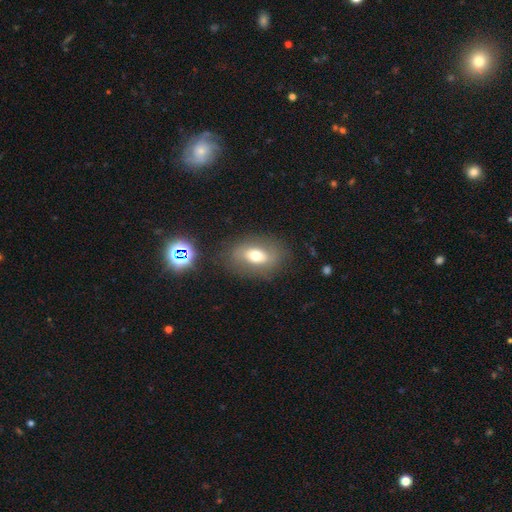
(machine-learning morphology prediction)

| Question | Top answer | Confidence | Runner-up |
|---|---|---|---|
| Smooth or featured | smooth | 60% | featured or disk (28%) |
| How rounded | in between | 78% | round (21%) |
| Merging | none | 77% | minor disturbance (14%) |